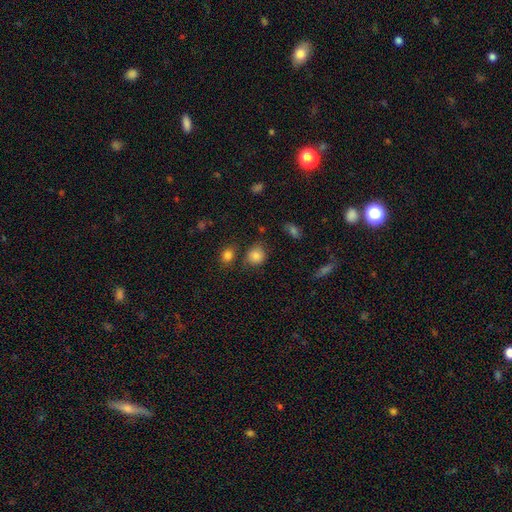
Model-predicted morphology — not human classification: Smooth or featured? Predicted: smooth (p=0.83). How rounded? Predicted: round (p=0.82). Merging? Predicted: none (p=0.74).